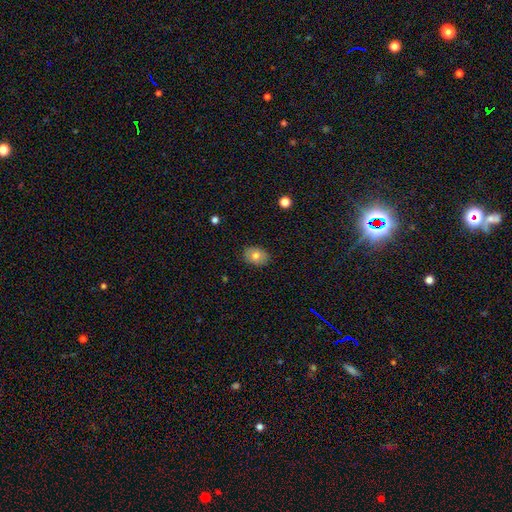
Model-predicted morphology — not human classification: Q: Smooth or featured?
A: smooth (76%); runner-up: featured or disk (16%)
Q: How rounded?
A: in between (71%); runner-up: round (28%)
Q: Merging?
A: none (87%); runner-up: minor disturbance (10%)